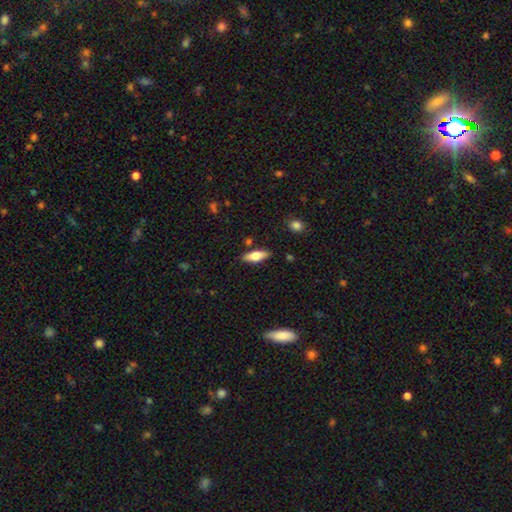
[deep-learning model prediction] smooth 62%, featured or disk 32%, star or artifact 7%. Down the decision tree: how rounded — in between (61%); merging — none (84%).